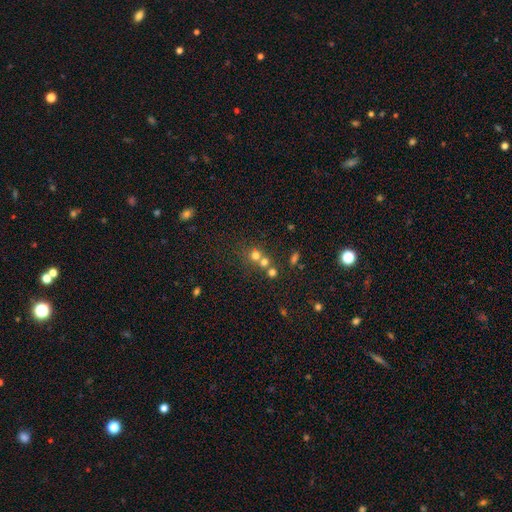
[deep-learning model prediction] Smooth or featured? Predicted: smooth (p=0.65). How rounded? Predicted: round (p=0.84). Merging? Predicted: merger (p=0.45).